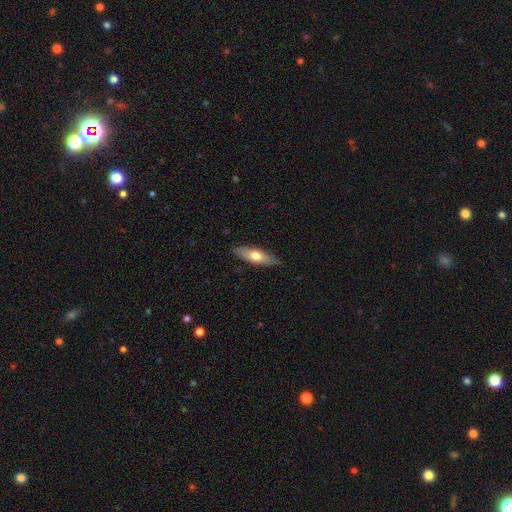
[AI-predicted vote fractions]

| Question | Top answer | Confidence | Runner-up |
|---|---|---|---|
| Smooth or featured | smooth | 61% | featured or disk (33%) |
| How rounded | in between | 52% | cigar-shaped (45%) |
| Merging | none | 82% | minor disturbance (15%) |